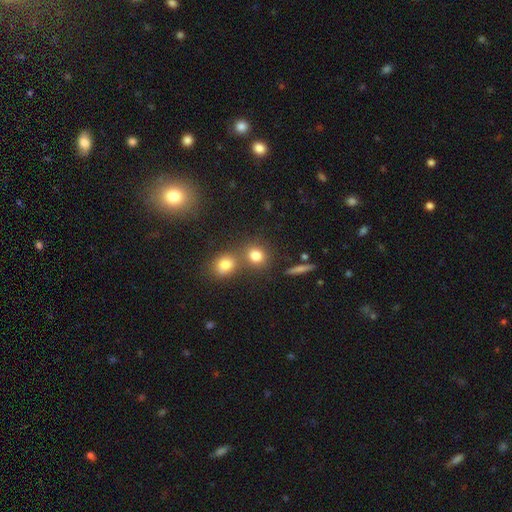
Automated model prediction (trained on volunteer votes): Overall: smooth (79%). How rounded: round (78%). Merging: none (60%; merger 28%).